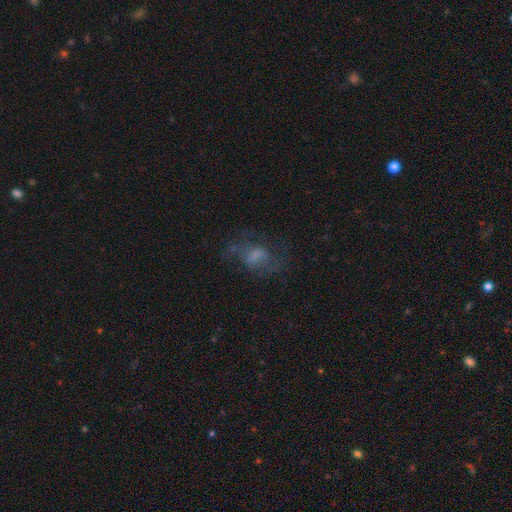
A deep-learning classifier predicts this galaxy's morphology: Overall: smooth (42%, tied with featured or disk). Merging: none (46%; major disturbance 31%).